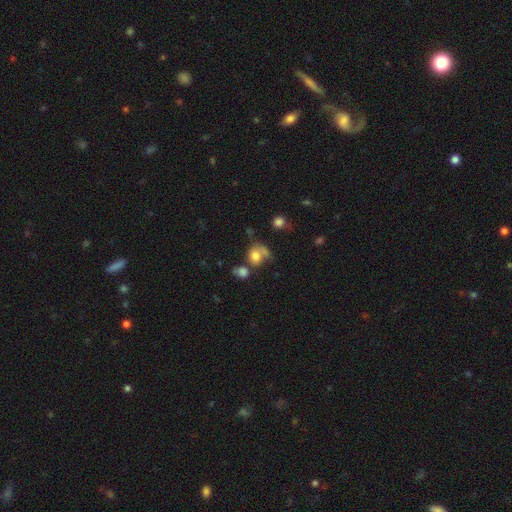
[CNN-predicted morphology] Smooth or featured? smooth (73%)
How rounded? round (60%)
Merging? none (35%)